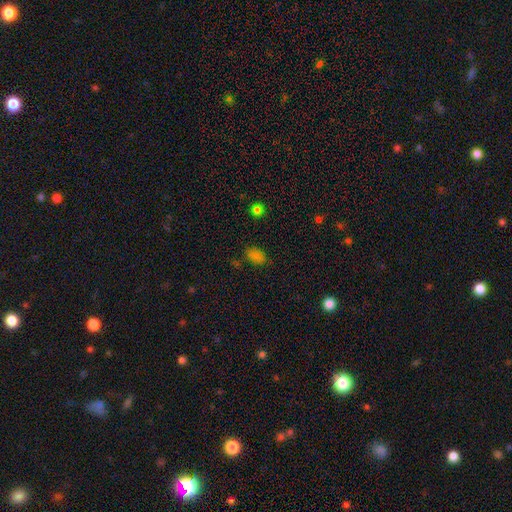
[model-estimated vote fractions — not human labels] Smooth or featured?
  - smooth: 79% *
  - star or artifact: 17%
  - featured or disk: 4%
How rounded?
  - in between: 90% *
  - round: 9%
  - cigar-shaped: 2%
Merging?
  - none: 77% *
  - minor disturbance: 16%
  - major disturbance: 4%
  - merger: 4%